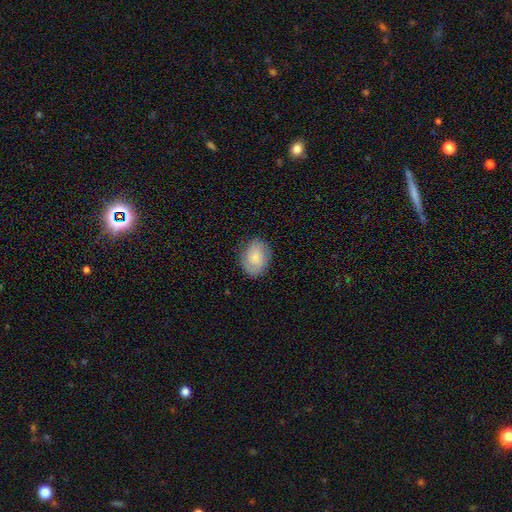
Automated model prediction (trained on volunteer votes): Morphology: type=smooth (69%); roundness=in between (60%); merging=none (81%).